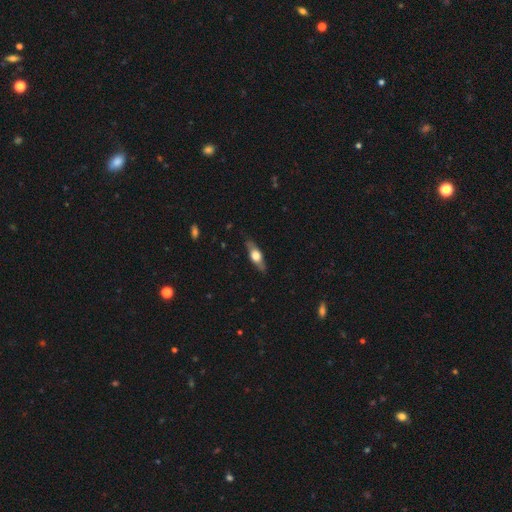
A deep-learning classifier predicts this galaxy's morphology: Q: Smooth or featured?
A: featured or disk (52%); runner-up: smooth (42%)
Q: Edge-on disk?
A: yes (83%); runner-up: no (17%)
Q: Merging?
A: none (80%); runner-up: minor disturbance (16%)